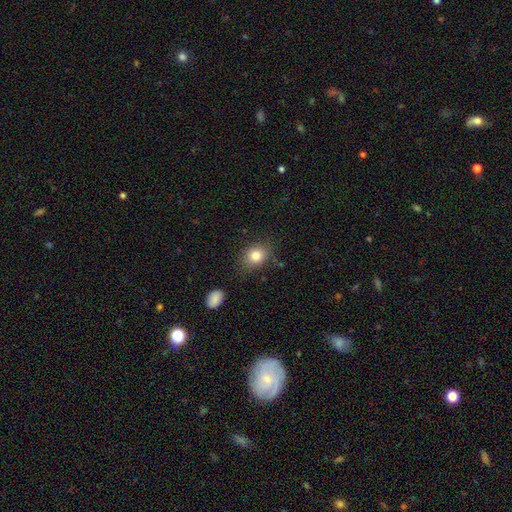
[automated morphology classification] type=smooth (82%); roundness=round (55%); merging=none (79%).